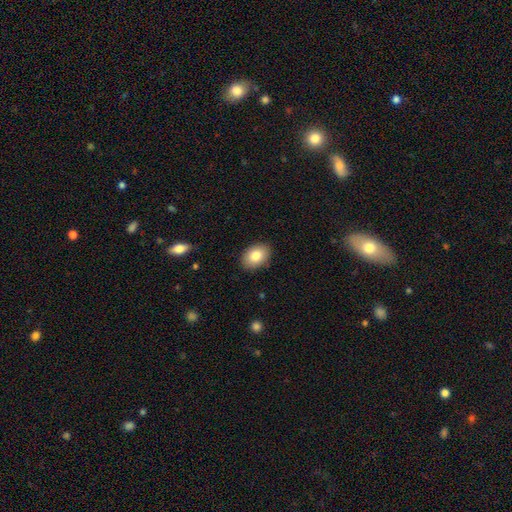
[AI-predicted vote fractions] Smooth or featured? Predicted: smooth (p=0.82). How rounded? Predicted: in between (p=0.82). Merging? Predicted: none (p=0.88).